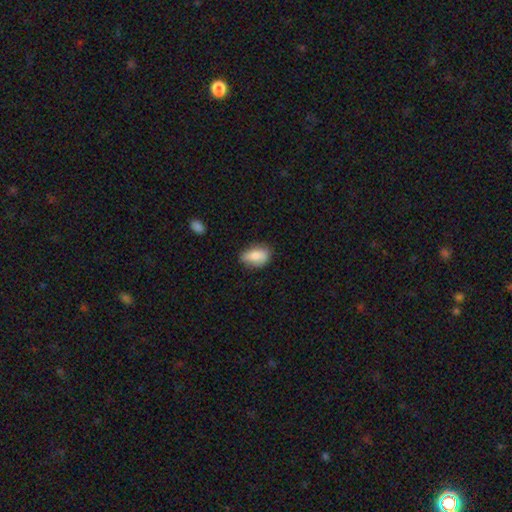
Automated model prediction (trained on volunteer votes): The model was most divided on "merging": none: 70%, minor disturbance: 24%, major disturbance: 4%, merger: 2%. More confident: how rounded — in between (87%); smooth or featured — smooth (79%).